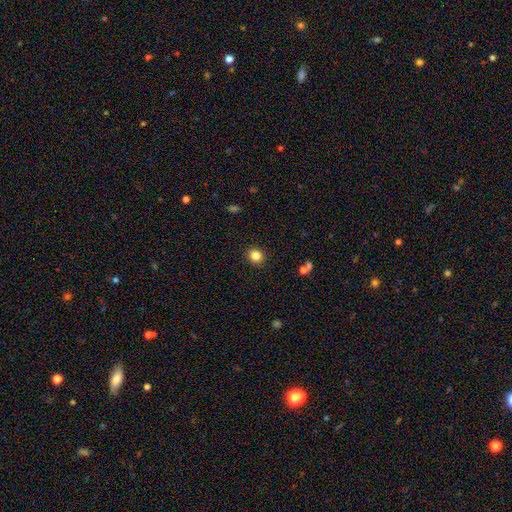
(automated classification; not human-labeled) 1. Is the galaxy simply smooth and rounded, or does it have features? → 84% smooth, 11% star or artifact, 5% featured or disk.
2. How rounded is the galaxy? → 81% round, 18% in between, 1% cigar-shaped.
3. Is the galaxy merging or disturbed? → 91% none, 6% minor disturbance, 2% major disturbance, 1% merger.